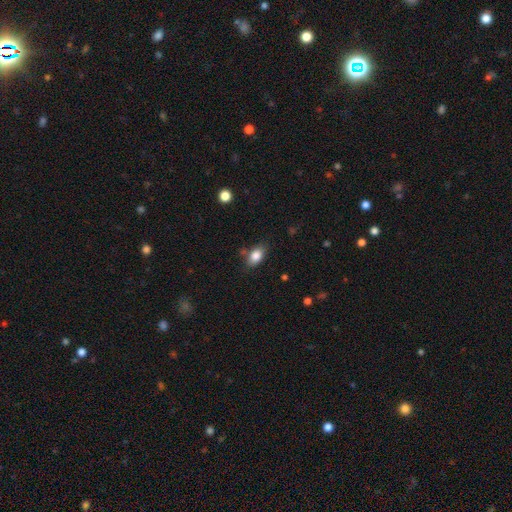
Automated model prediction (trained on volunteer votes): smooth_or_featured: smooth (p=0.84) [alt: star or artifact p=0.08]
how_rounded: in between (p=0.85) [alt: round p=0.12]
merging: none (p=0.77) [alt: minor disturbance p=0.16]